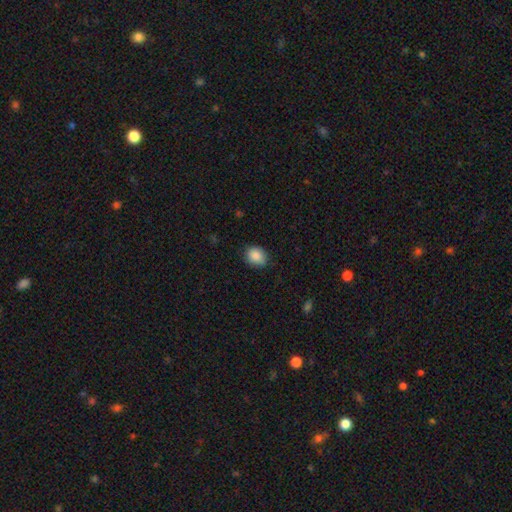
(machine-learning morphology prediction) type=smooth (88%); roundness=in between (51%); merging=none (80%).